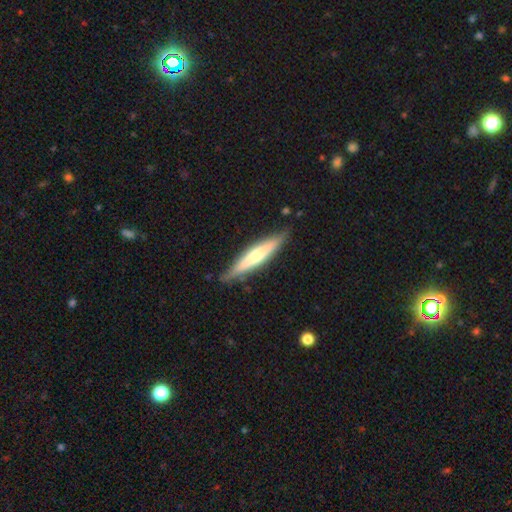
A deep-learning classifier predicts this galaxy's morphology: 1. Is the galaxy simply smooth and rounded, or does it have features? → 53% featured or disk, 42% smooth, 5% star or artifact.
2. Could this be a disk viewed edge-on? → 96% yes, 4% no.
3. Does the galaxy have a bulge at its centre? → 71% rounded, 17% none, 12% boxy.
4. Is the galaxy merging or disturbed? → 87% none, 10% minor disturbance, 2% major disturbance, 1% merger.